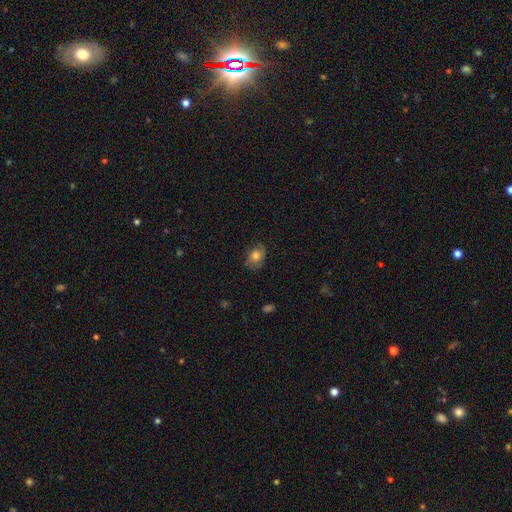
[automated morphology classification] A smooth galaxy with no disk features (68%) that is in between round and cigar-shaped (64%). Merging: none (71%).